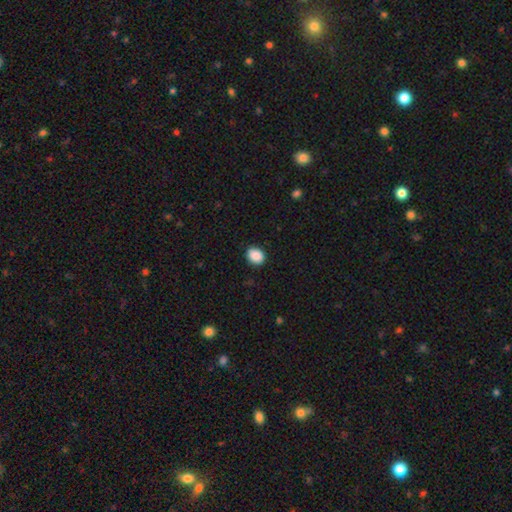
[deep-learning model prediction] Overall: smooth (89%). How rounded: round (53%; in between 46%). Merging: none (88%).